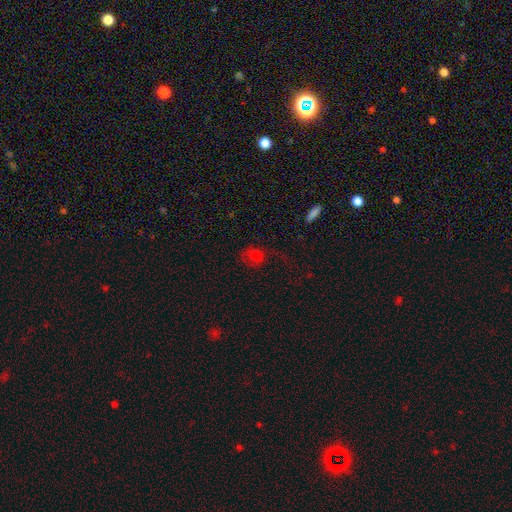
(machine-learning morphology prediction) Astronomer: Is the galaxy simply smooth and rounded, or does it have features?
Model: smooth — 59%.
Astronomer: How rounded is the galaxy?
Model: round — 61% (runner-up: in between, 37%).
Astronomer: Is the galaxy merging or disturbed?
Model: none — 42% (runner-up: major disturbance, 33%).